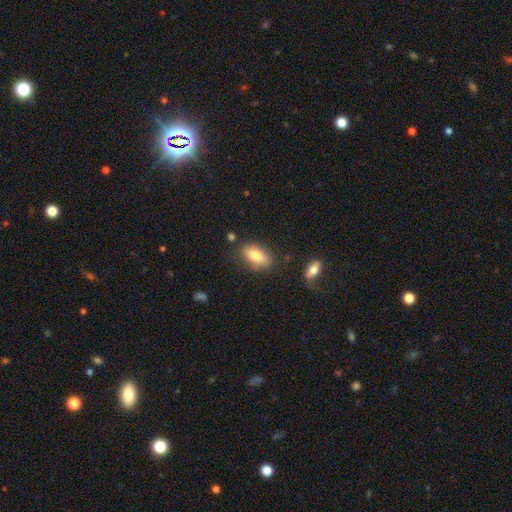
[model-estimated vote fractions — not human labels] This appears to be a smooth galaxy with no disk features (77%) that is in between round and cigar-shaped (85%). Merging: none (80%).